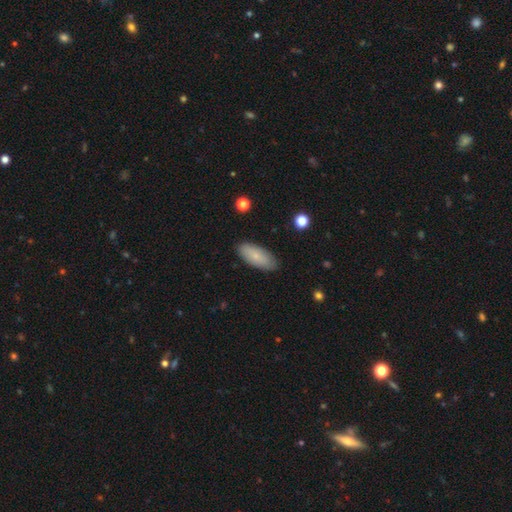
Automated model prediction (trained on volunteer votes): smooth-or-featured: smooth: 77% | featured or disk: 16% | star or artifact: 7%
  how-rounded: in between: 81% | cigar-shaped: 16% | round: 2%
  merging: none: 85% | minor disturbance: 11% | major disturbance: 2% | merger: 1%